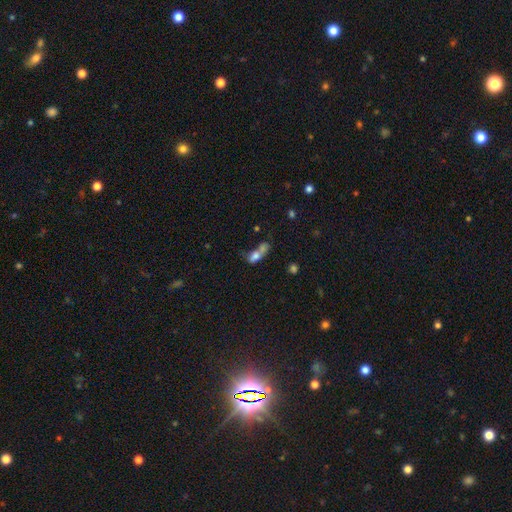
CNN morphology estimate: Q: Smooth or featured?
A: smooth (68%); runner-up: featured or disk (20%)
Q: How rounded?
A: in between (71%); runner-up: round (18%)
Q: Merging?
A: merger (61%); runner-up: none (18%)